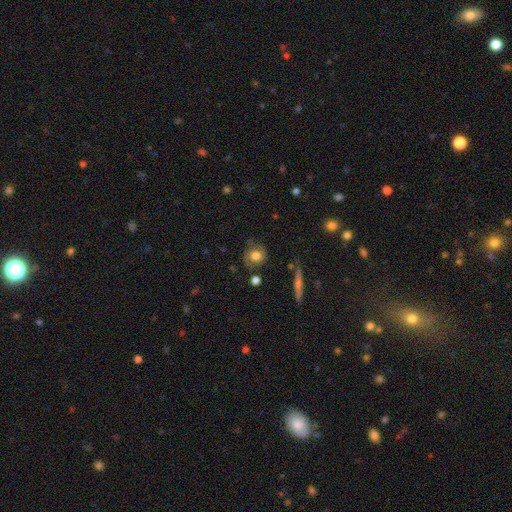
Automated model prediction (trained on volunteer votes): This is possibly a smooth galaxy (52%). How rounded: likely round (79%). Merging: likely none (71%).